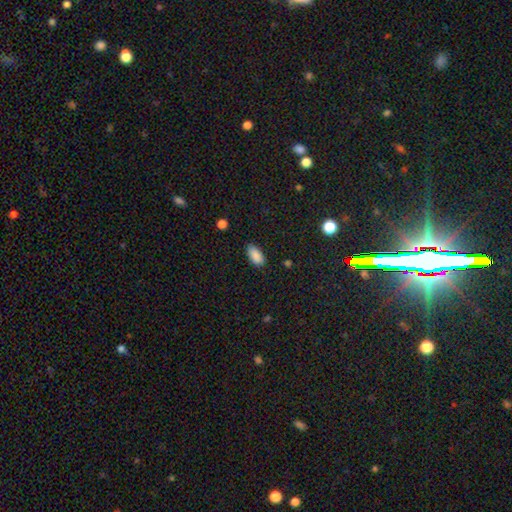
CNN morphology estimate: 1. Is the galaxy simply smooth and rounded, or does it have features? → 88% smooth, 8% star or artifact, 4% featured or disk.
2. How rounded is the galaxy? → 93% in between, 4% cigar-shaped, 3% round.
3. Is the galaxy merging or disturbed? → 83% none, 13% minor disturbance, 3% major disturbance, 1% merger.